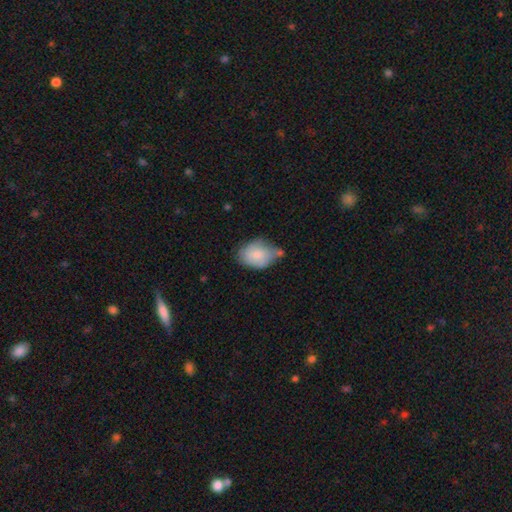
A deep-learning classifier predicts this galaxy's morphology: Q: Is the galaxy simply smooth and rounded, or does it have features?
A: smooth — 77%.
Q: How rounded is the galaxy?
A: in between — 76%.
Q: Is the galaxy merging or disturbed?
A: none — 38%.